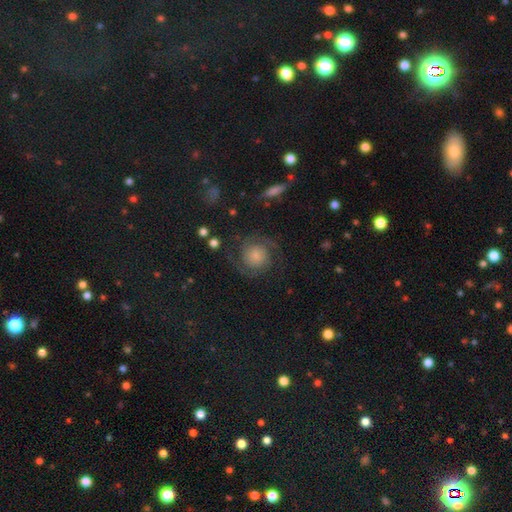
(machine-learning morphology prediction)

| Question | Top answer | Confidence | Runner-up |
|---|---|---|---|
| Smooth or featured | featured or disk | 75% | smooth (17%) |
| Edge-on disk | no | 98% | yes (2%) |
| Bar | no | 77% | weak (19%) |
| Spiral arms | yes | 96% | no (4%) |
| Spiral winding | medium | 43% | tight (42%) |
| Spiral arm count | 2 | 88% | can't tell (4%) |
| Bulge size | small | 48% | moderate (23%) |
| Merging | none | 77% | minor disturbance (13%) |